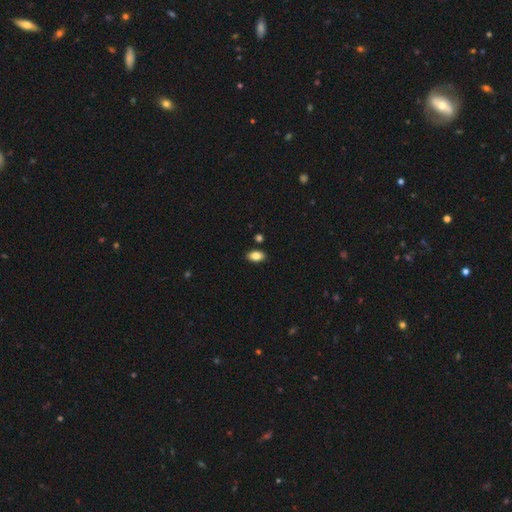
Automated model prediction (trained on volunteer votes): The model was most divided on "smooth or featured": smooth: 84%, star or artifact: 8%, featured or disk: 8%. More confident: how rounded — in between (91%); merging — none (87%).